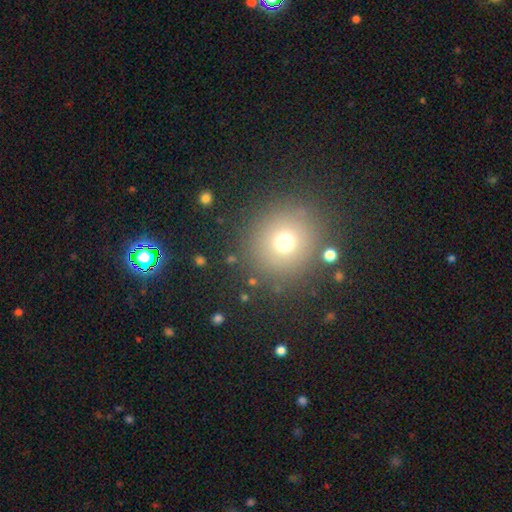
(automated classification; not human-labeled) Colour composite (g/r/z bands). It shows a smooth galaxy with no disk features (64%) that is round (93%). Merging: none (88%).